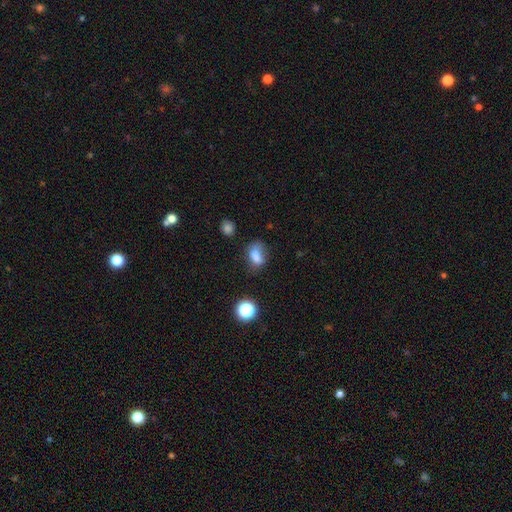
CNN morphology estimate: This is likely a smooth galaxy (73%). How rounded: likely in between (69%). Merging: marginally none (43%).